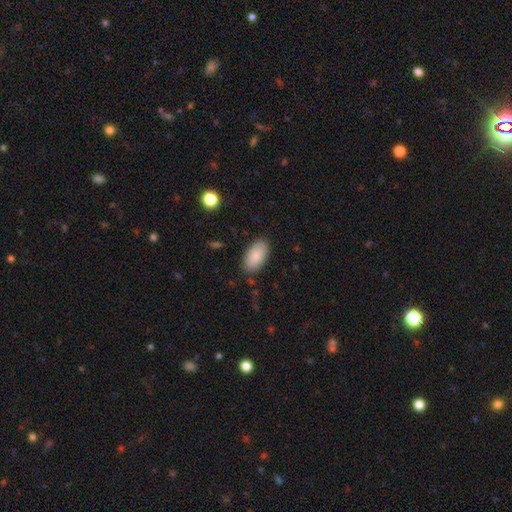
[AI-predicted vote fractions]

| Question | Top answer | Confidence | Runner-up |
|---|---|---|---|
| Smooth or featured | smooth | 86% | featured or disk (7%) |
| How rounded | in between | 95% | round (3%) |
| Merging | none | 85% | minor disturbance (11%) |